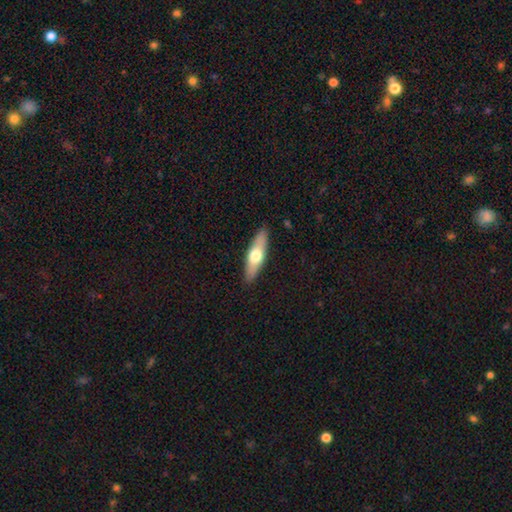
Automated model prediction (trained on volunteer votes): Overall: smooth (54%; featured or disk 40%). How rounded: cigar-shaped (60%; in between 38%). Merging: none (89%).